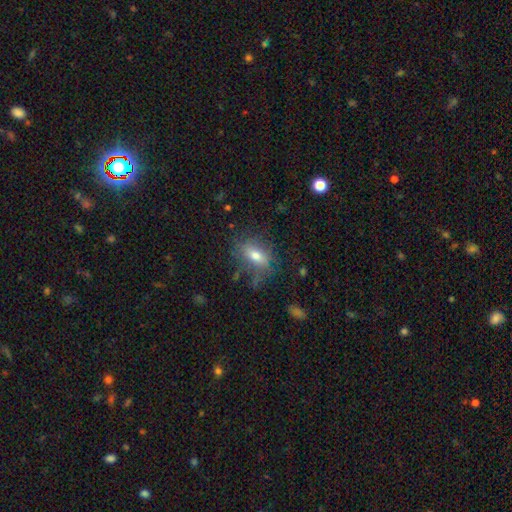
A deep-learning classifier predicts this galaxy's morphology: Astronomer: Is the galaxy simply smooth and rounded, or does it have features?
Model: smooth — 64%.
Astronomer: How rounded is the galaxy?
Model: in between — 78%.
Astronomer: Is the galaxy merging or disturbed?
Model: none — 64%.